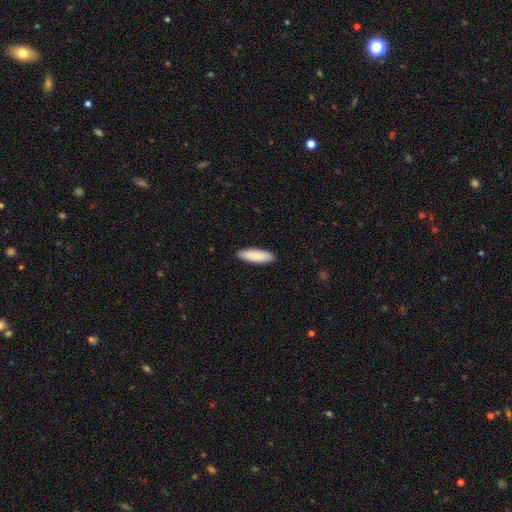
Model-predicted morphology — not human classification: A smooth galaxy with no disk features (89%) that is in between round and cigar-shaped (50%).

Vote fractions:
- Smooth or featured? smooth: 89% / featured or disk: 6% / star or artifact: 5%
- How rounded? in between: 50% / cigar-shaped: 48% / round: 1%
- Merging? none: 91% / minor disturbance: 7% / major disturbance: 1% / merger: 1%